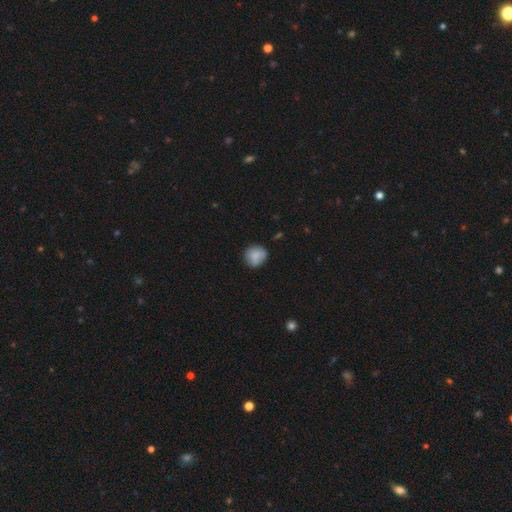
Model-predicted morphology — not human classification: smooth 81%, featured or disk 12%, star or artifact 7%. Down the decision tree: how rounded — round (87%); merging — none (75%).